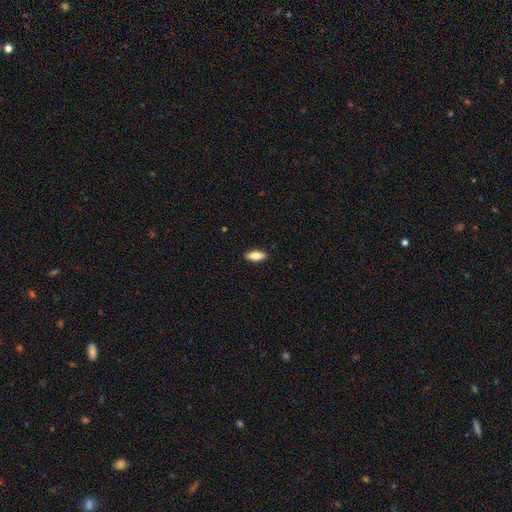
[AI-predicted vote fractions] Smooth or featured: smooth — 76% (featured or disk — 18%)
How rounded: in between — 77% (cigar-shaped — 20%)
Merging: none — 90% (minor disturbance — 7%)